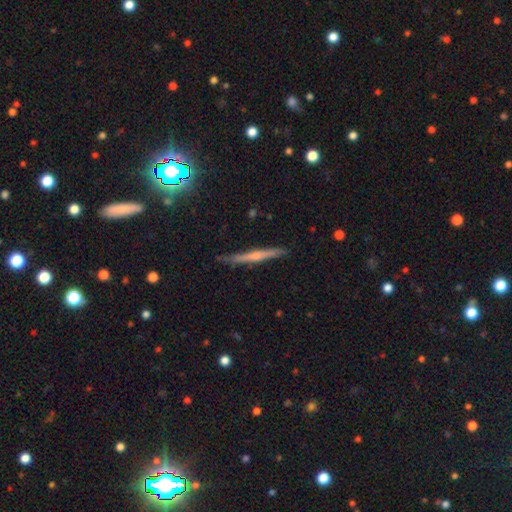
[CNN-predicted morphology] A featured or disk galaxy (59%) viewed edge-on (97%) with a rounded central bulge (56%). Merging: none (85%).